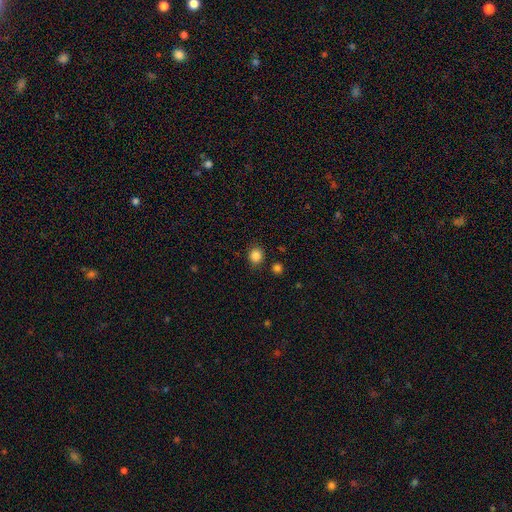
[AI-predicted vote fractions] Overall: smooth (85%). How rounded: round (81%). Merging: none (85%).